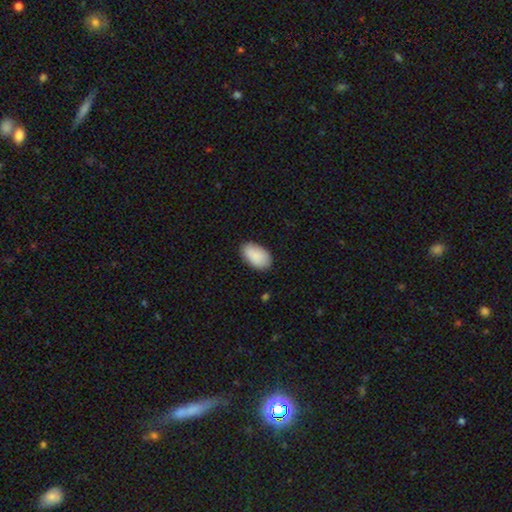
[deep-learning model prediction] smooth-or-featured: smooth: 89% | star or artifact: 6% | featured or disk: 5%
  how-rounded: in between: 95% | round: 4% | cigar-shaped: 1%
  merging: none: 84% | minor disturbance: 13% | major disturbance: 2% | merger: 1%